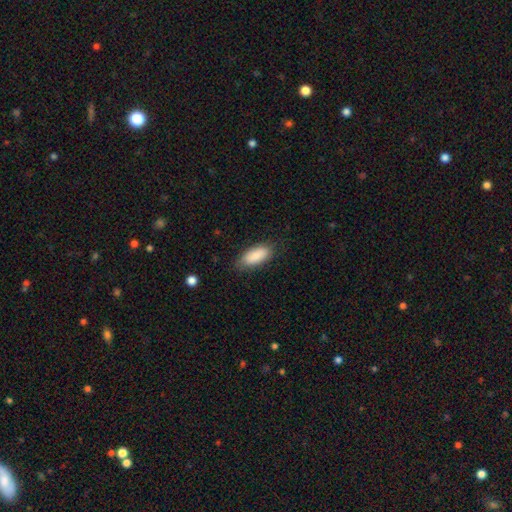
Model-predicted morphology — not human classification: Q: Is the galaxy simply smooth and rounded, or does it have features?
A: smooth — 87%.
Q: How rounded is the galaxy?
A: in between — 85%.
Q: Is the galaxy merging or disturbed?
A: none — 81%.